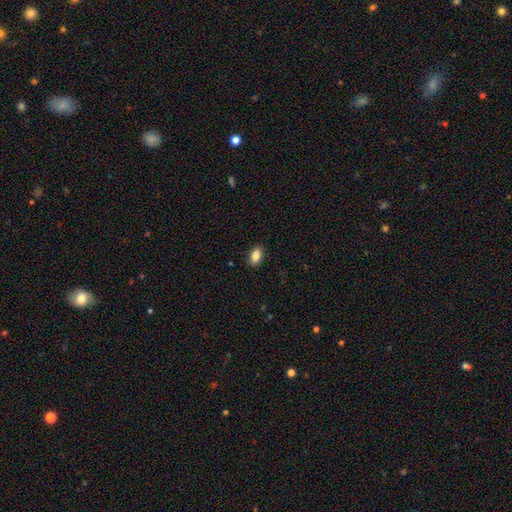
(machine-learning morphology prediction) smooth_or_featured: smooth (p=0.87) [alt: star or artifact p=0.08]
how_rounded: in between (p=0.91) [alt: round p=0.07]
merging: none (p=0.89) [alt: minor disturbance p=0.08]